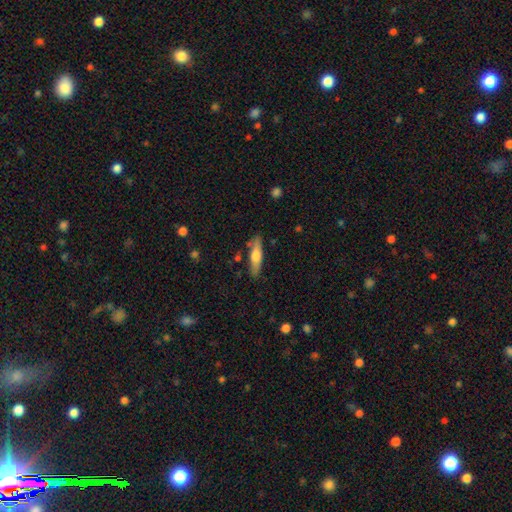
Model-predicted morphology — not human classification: Smooth or featured: smooth — 55% (featured or disk — 39%)
How rounded: cigar-shaped — 70% (in between — 28%)
Merging: none — 83% (minor disturbance — 11%)